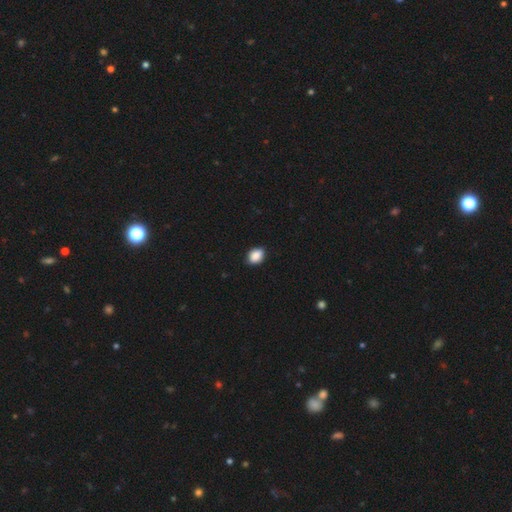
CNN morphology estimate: This appears to be a smooth galaxy with no disk features (88%) that is in between round and cigar-shaped (72%). Merging: none (86%).